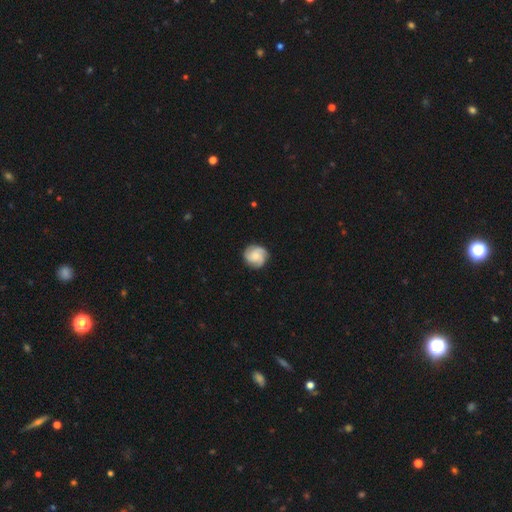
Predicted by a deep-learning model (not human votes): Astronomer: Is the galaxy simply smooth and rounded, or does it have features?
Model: featured or disk — 67%.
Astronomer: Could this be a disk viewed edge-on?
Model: no — 98%.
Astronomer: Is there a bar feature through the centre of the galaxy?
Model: no — 75%.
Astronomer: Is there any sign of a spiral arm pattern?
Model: yes — 97%.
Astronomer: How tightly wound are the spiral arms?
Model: tight — 54% (runner-up: medium, 38%).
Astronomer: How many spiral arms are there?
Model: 3 — 67%.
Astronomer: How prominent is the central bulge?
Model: small — 48% (runner-up: moderate, 37%).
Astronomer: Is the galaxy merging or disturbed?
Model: none — 85%.